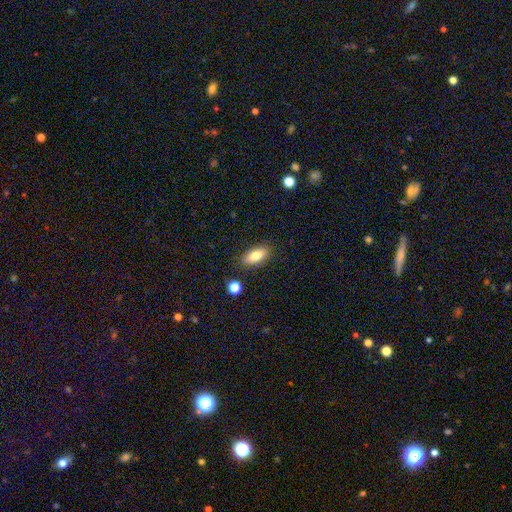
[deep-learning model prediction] Smooth or featured: smooth — 79% (featured or disk — 13%)
How rounded: in between — 84% (cigar-shaped — 12%)
Merging: none — 85% (minor disturbance — 10%)